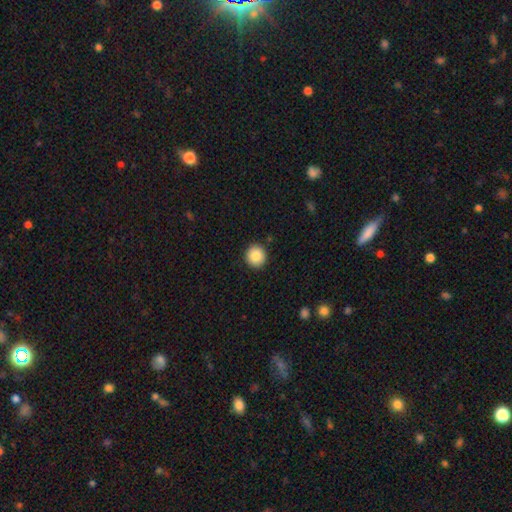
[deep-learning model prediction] smooth 86%, star or artifact 8%, featured or disk 6%. Down the decision tree: how rounded — round (93%); merging — none (92%).